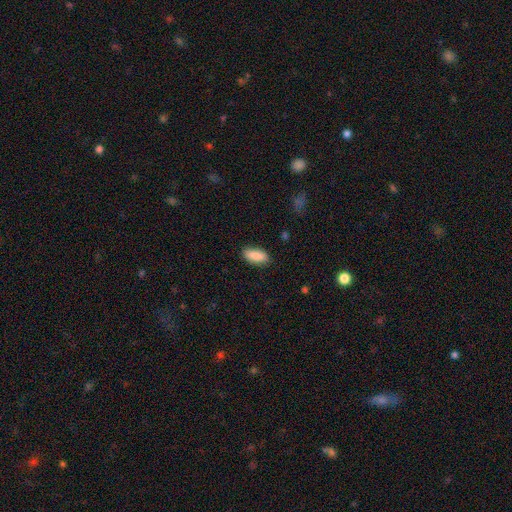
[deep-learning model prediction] Smooth or featured: smooth — 89% (star or artifact — 6%)
How rounded: in between — 83% (cigar-shaped — 15%)
Merging: none — 86% (minor disturbance — 11%)